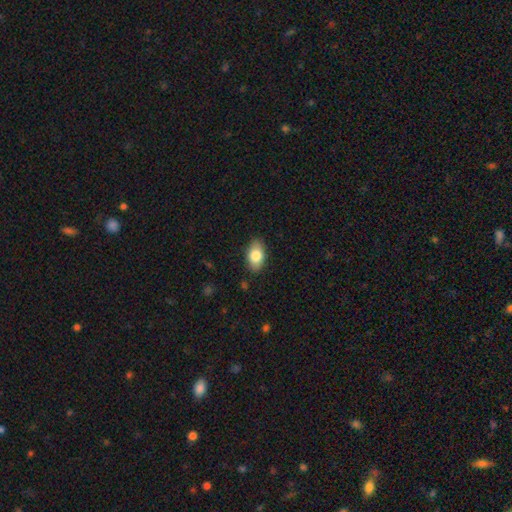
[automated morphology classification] A smooth galaxy with no disk features (80%) that is in between round and cigar-shaped (91%). Merging: none (85%).